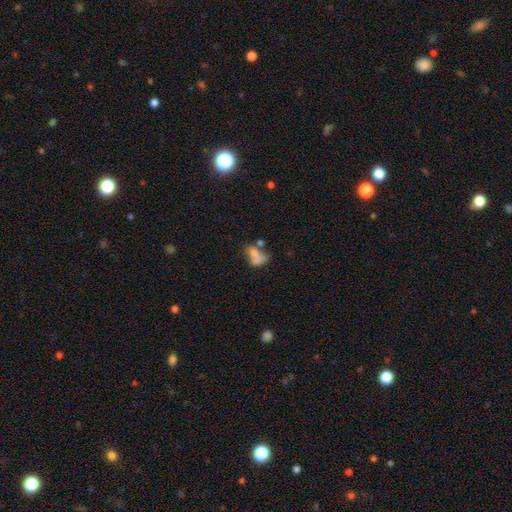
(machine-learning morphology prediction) smooth-or-featured: smooth: 63% | featured or disk: 25% | star or artifact: 13%
  how-rounded: in between: 78% | round: 19% | cigar-shaped: 3%
  merging: merger: 48% | none: 22% | major disturbance: 16% | minor disturbance: 14%